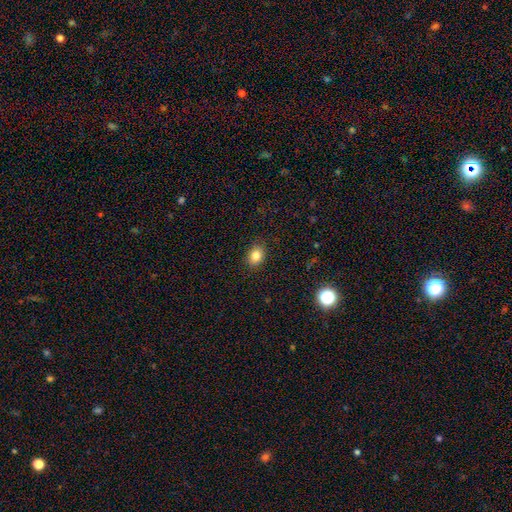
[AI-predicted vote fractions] A smooth galaxy with no disk features (82%) that is in between round and cigar-shaped (55%). Merging: none (87%).